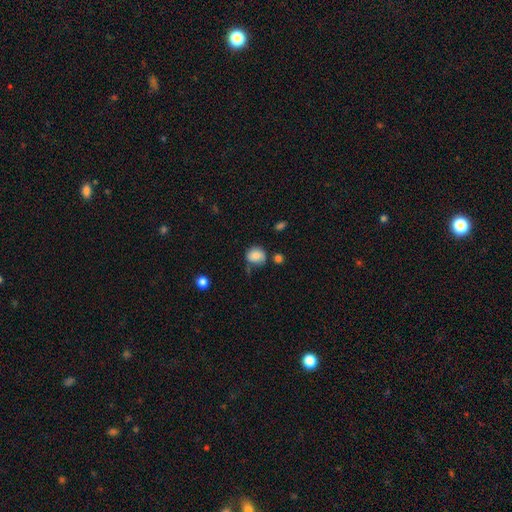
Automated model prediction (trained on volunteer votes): A smooth galaxy with no disk features (82%) that is round (72%). Merging: none (59%).